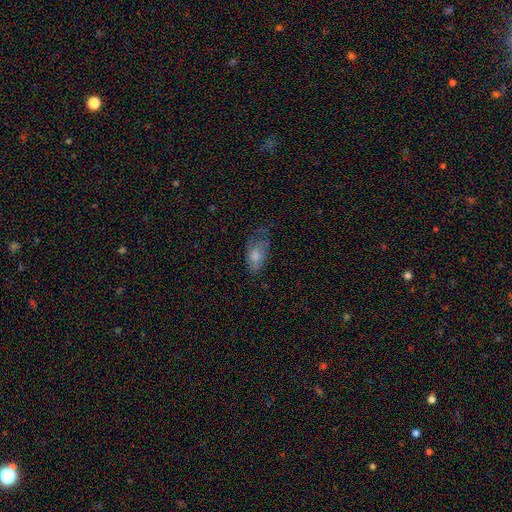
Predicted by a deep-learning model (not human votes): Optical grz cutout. It shows a smooth galaxy with no disk features (55%) that is in between round and cigar-shaped (85%). Merging: none (46%).